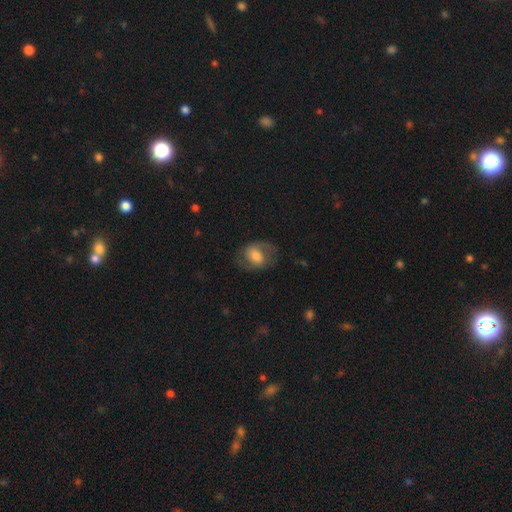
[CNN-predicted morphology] This is possibly a featured or disk galaxy (50%). Merging: likely none (68%).